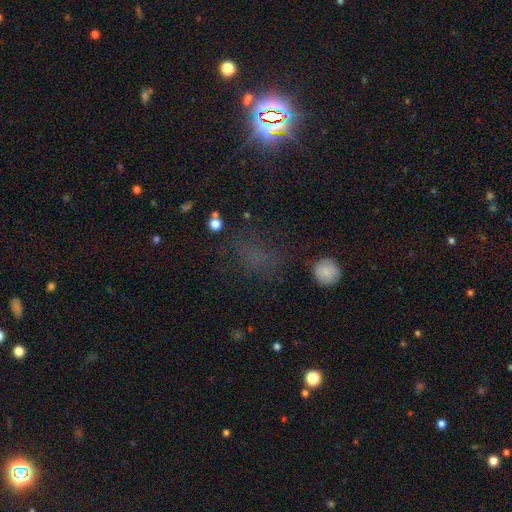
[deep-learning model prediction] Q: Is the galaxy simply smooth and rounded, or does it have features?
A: star or artifact — 53%.